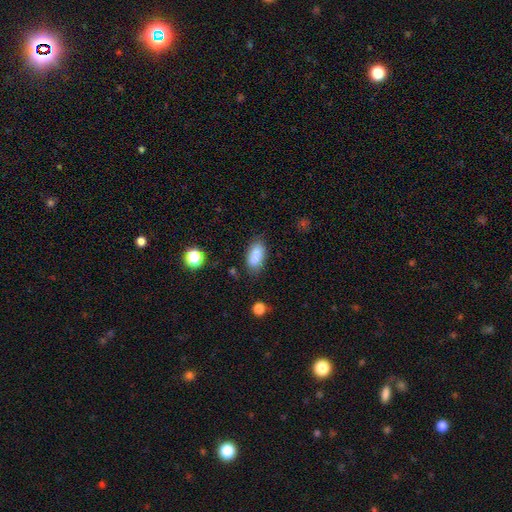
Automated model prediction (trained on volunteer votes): Smooth or featured? smooth (87%)
How rounded? in between (90%)
Merging? none (78%)